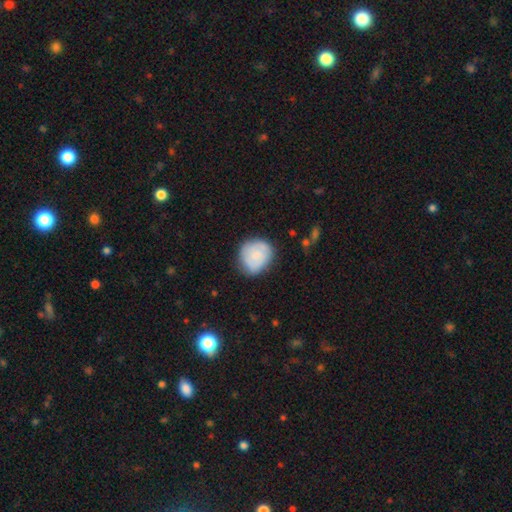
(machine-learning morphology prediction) Smooth or featured: smooth — 63% (featured or disk — 30%)
How rounded: round — 77% (in between — 22%)
Merging: none — 70% (minor disturbance — 22%)